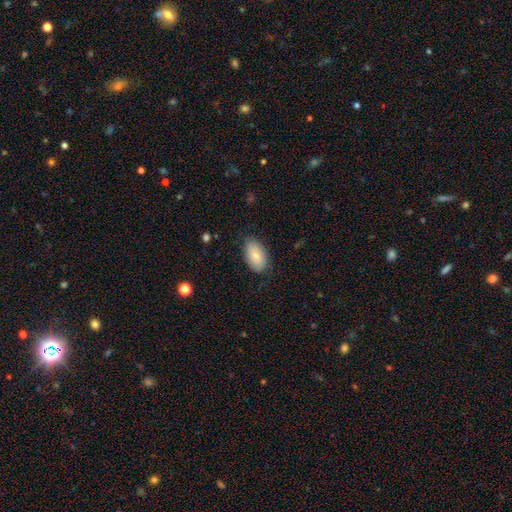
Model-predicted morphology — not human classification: Smooth or featured: smooth — 77% (featured or disk — 17%)
How rounded: in between — 93% (round — 5%)
Merging: none — 75% (minor disturbance — 20%)